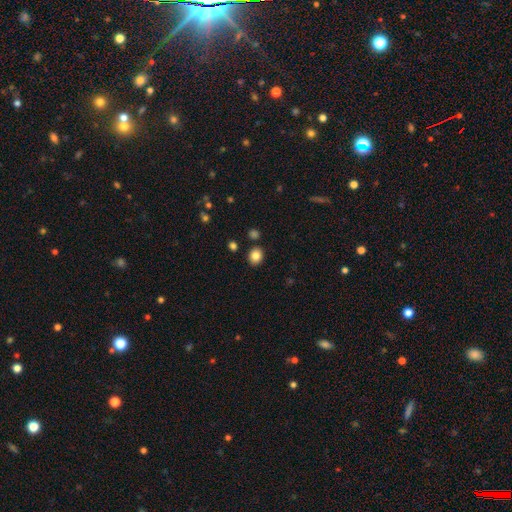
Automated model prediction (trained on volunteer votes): This is clearly a smooth galaxy (84%). How rounded: likely round (63%). Merging: clearly none (86%).